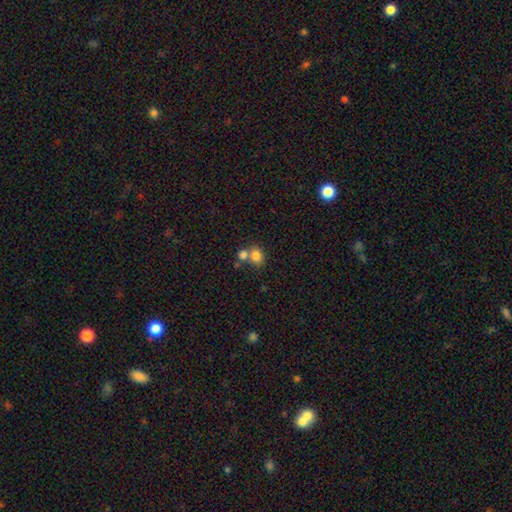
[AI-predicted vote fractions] smooth_or_featured: smooth (p=0.80) [alt: star or artifact p=0.11]
how_rounded: round (p=0.59) [alt: in between p=0.40]
merging: merger (p=0.46) [alt: none p=0.42]